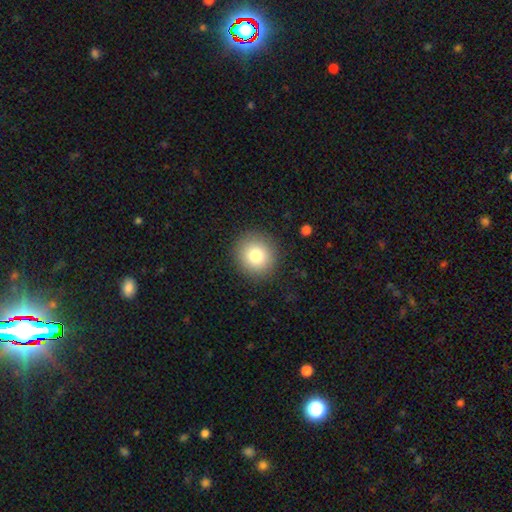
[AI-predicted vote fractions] Q: Smooth or featured?
A: smooth (81%); runner-up: star or artifact (10%)
Q: How rounded?
A: round (92%); runner-up: in between (8%)
Q: Merging?
A: none (90%); runner-up: minor disturbance (7%)